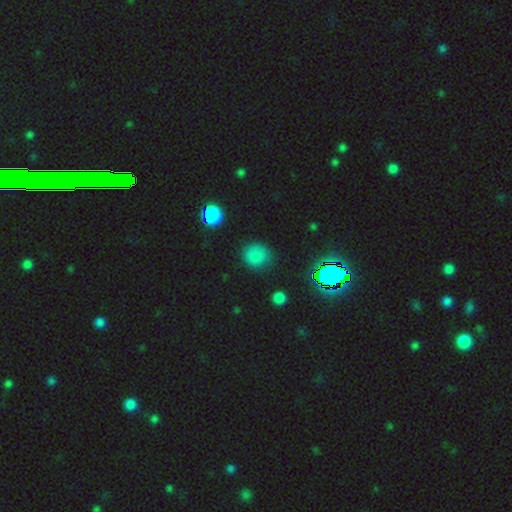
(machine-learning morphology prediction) Smooth or featured: smooth — 70% (star or artifact — 24%)
How rounded: round — 87% (in between — 12%)
Merging: none — 82% (minor disturbance — 12%)